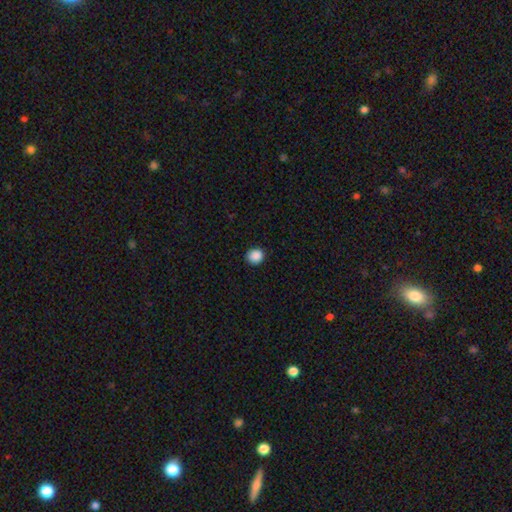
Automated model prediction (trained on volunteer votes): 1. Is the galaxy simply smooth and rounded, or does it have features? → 89% smooth, 9% star or artifact, 2% featured or disk.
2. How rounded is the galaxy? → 79% round, 20% in between, 1% cigar-shaped.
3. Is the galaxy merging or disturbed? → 91% none, 7% minor disturbance, 2% major disturbance, 1% merger.